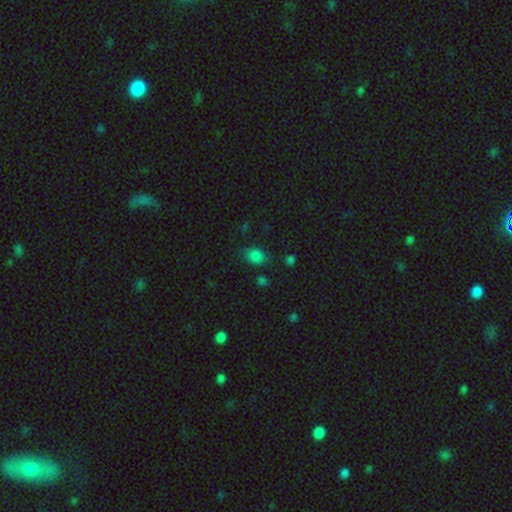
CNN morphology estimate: The model was most divided on "how rounded": in between: 62%, round: 36%, cigar-shaped: 2%. More confident: smooth or featured — smooth (79%); merging — none (66%).